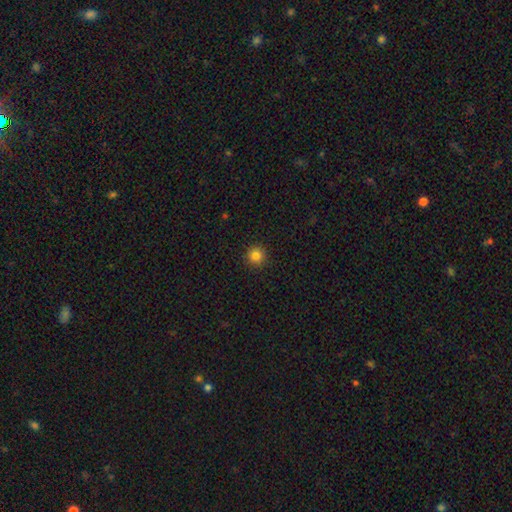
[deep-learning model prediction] A smooth galaxy with no disk features (83%) that is round (95%). Merging: none (92%).